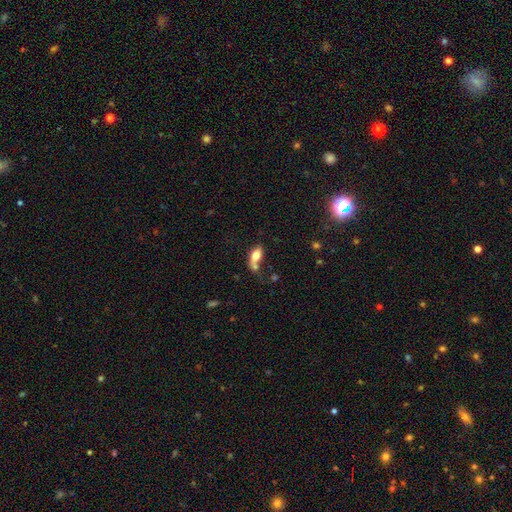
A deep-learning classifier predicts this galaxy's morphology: A smooth galaxy with no disk features (72%) that is in between round and cigar-shaped (83%). Merging: none (39%).